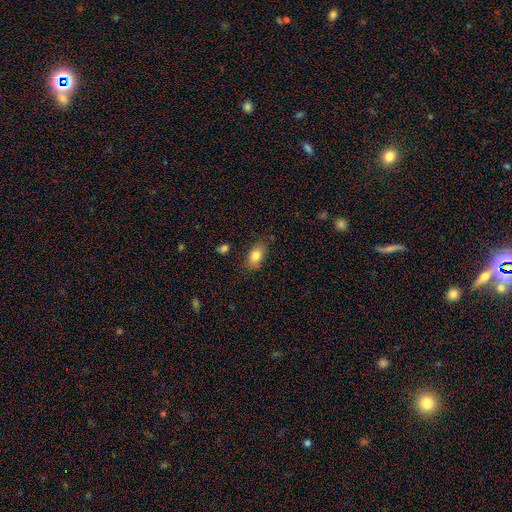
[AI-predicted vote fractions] Smooth or featured? smooth (81%)
How rounded? in between (86%)
Merging? none (80%)